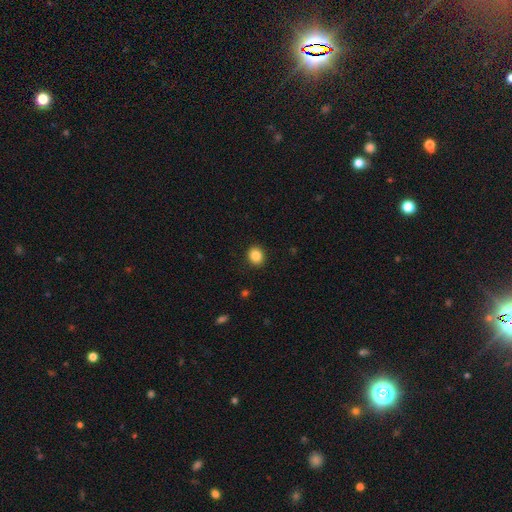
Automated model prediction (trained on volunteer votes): Smooth or featured? smooth (86%)
How rounded? round (69%)
Merging? none (91%)